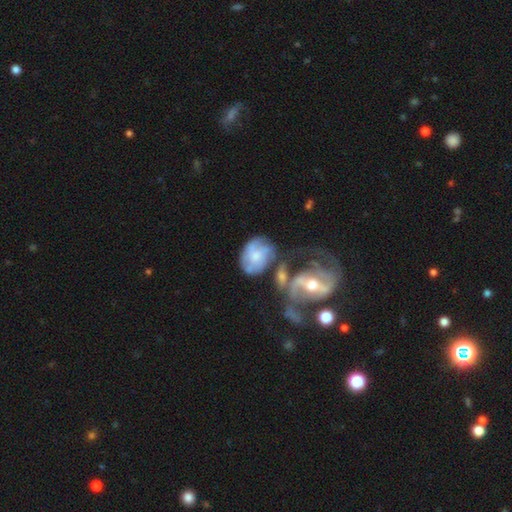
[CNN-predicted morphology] Smooth or featured? Predicted: featured or disk (p=0.62). Edge-on disk? Predicted: no (p=0.96). Bar? Predicted: no (p=0.68). Spiral arms? Predicted: yes (p=0.76). Bulge size? Predicted: moderate (p=0.46). Merging? Predicted: none (p=0.35).